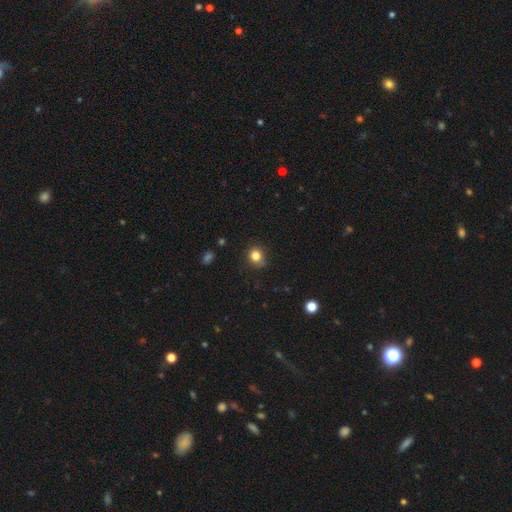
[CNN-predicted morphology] A smooth galaxy with no disk features (82%) that is round (81%).

Vote fractions:
- Smooth or featured? smooth: 82% / star or artifact: 12% / featured or disk: 6%
- How rounded? round: 81% / in between: 18% / cigar-shaped: 1%
- Merging? none: 80% / minor disturbance: 16% / major disturbance: 3% / merger: 1%